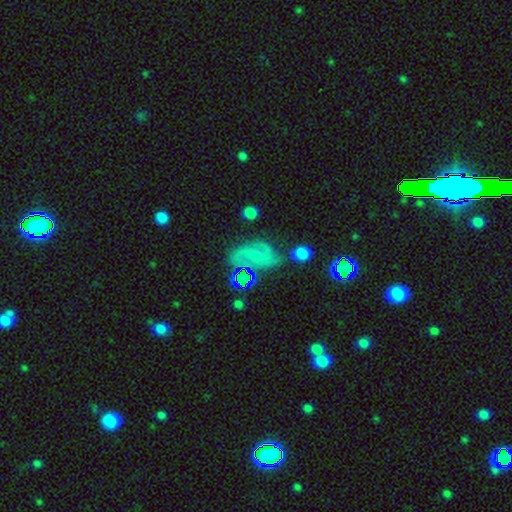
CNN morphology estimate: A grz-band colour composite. It shows a featured or disk galaxy (59%) with no bar (56%), spiral arms (85%) and a small central bulge (71%). Merging: none (55%).